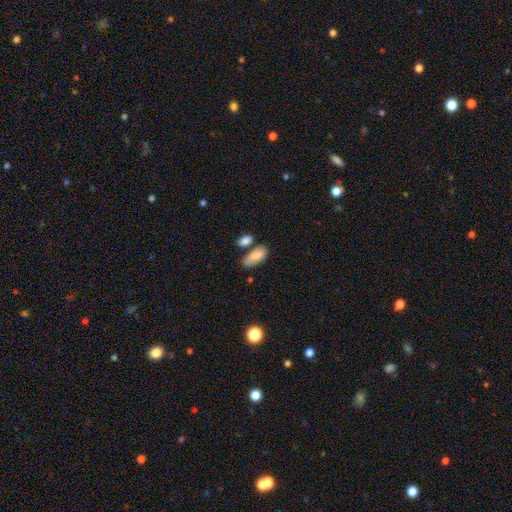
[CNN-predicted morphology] Overall: smooth (82%). How rounded: in between (90%). Merging: none (50%; merger 23%).